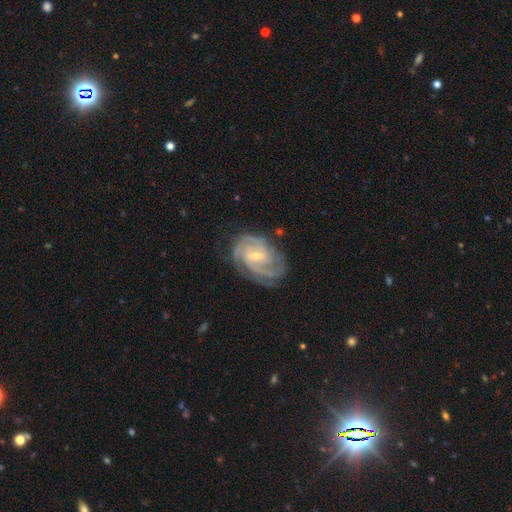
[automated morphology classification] type=featured or disk (90%); edge-on=no (97%); bar=weak (48%); spiral arms=yes (98%); winding=tight (65%); arm count=3 (32%, tied with 2); bulge=small (66%); merging=none (74%).